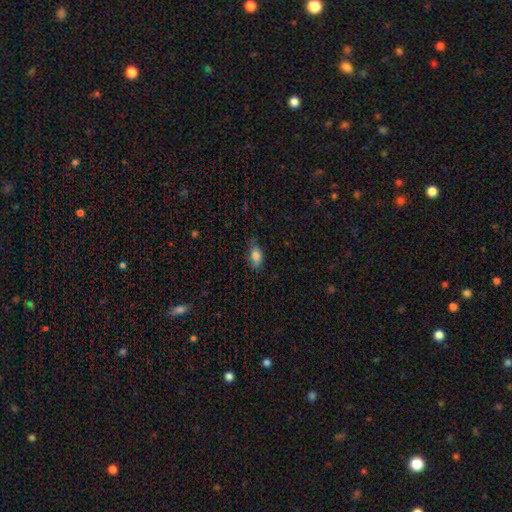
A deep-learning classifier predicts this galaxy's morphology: smooth-or-featured: smooth: 83% | featured or disk: 9% | star or artifact: 8%
  how-rounded: in between: 87% | round: 9% | cigar-shaped: 4%
  merging: none: 70% | minor disturbance: 24% | major disturbance: 5% | merger: 1%